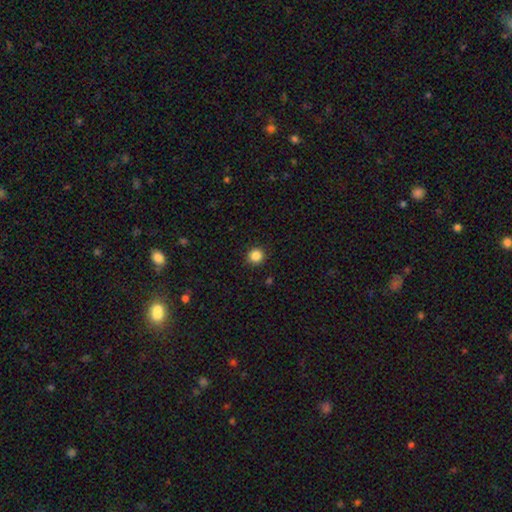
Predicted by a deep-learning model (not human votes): smooth-or-featured: smooth: 85% | star or artifact: 11% | featured or disk: 4%
  how-rounded: round: 94% | in between: 5% | cigar-shaped: 1%
  merging: none: 92% | minor disturbance: 5% | major disturbance: 2% | merger: 1%